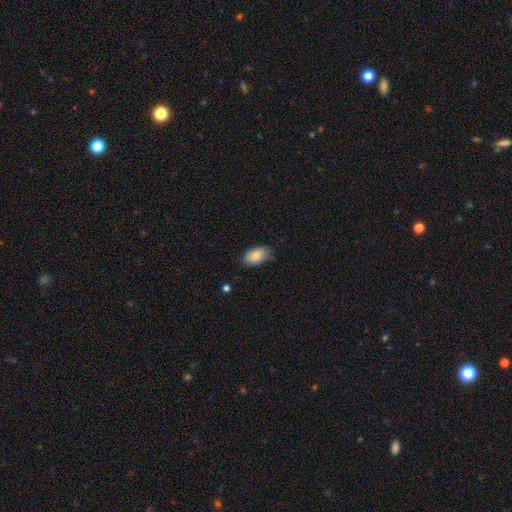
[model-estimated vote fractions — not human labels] The model was most divided on "merging": none: 76%, minor disturbance: 20%, major disturbance: 3%, merger: 1%. More confident: how rounded — in between (92%); smooth or featured — smooth (84%).